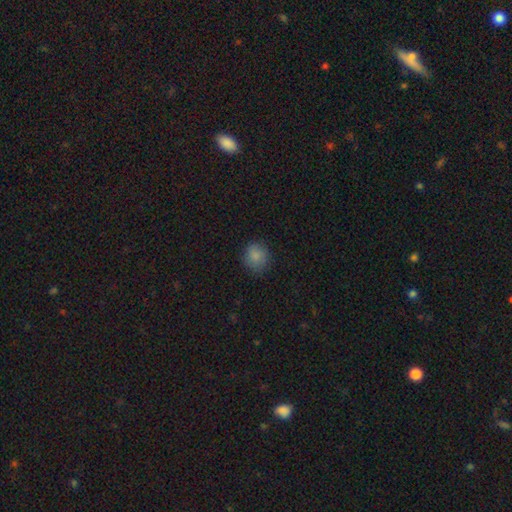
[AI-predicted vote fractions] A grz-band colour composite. It shows a smooth galaxy with no disk features (85%) that is round (82%). Merging: none (84%).